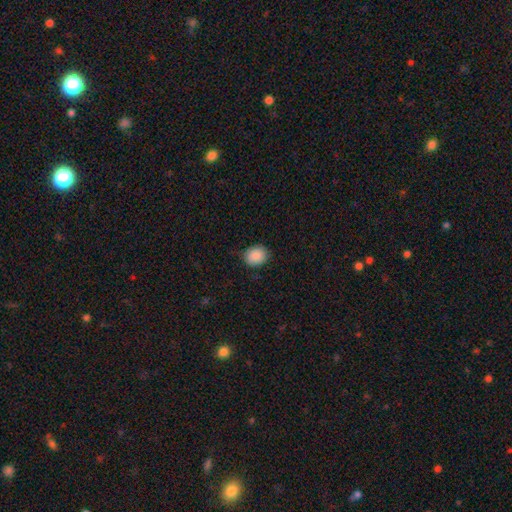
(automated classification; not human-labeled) This appears to be a smooth galaxy with no disk features (89%) that is round (68%). Merging: none (84%).